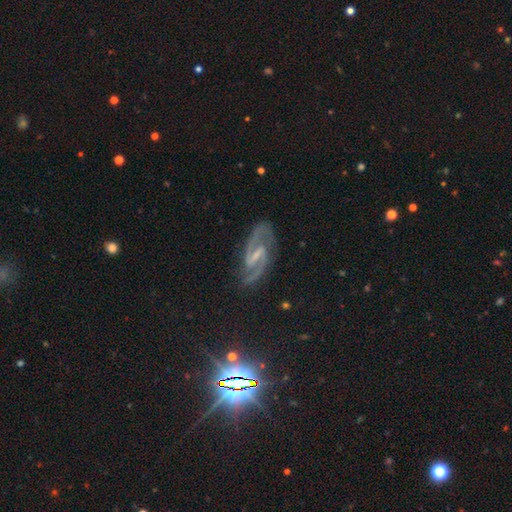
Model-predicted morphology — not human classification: Q: Smooth or featured?
A: featured or disk (89%); runner-up: star or artifact (7%)
Q: Edge-on disk?
A: no (97%); runner-up: yes (3%)
Q: Bar?
A: weak (47%); runner-up: strong (41%)
Q: Spiral arms?
A: yes (98%); runner-up: no (2%)
Q: Spiral winding?
A: medium (61%); runner-up: tight (21%)
Q: Spiral arm count?
A: 2 (93%); runner-up: can't tell (2%)
Q: Bulge size?
A: small (52%); runner-up: none (27%)
Q: Merging?
A: none (81%); runner-up: minor disturbance (13%)